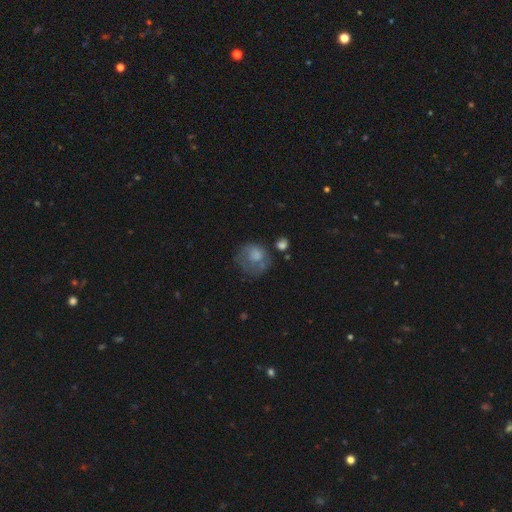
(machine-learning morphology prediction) smooth 64%, featured or disk 25%, star or artifact 10%. Down the decision tree: how rounded — round (71%); merging — none (38%).